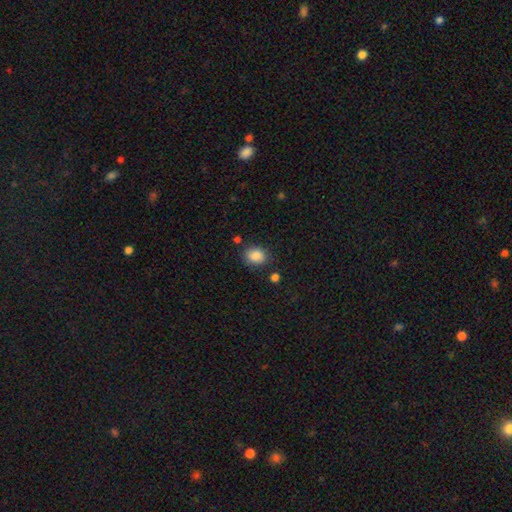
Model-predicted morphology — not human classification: A smooth galaxy with no disk features (87%) that is round (50%).

Vote fractions:
- Smooth or featured? smooth: 87% / star or artifact: 9% / featured or disk: 4%
- How rounded? round: 50% / in between: 49% / cigar-shaped: 1%
- Merging? none: 81% / minor disturbance: 12% / merger: 4% / major disturbance: 3%